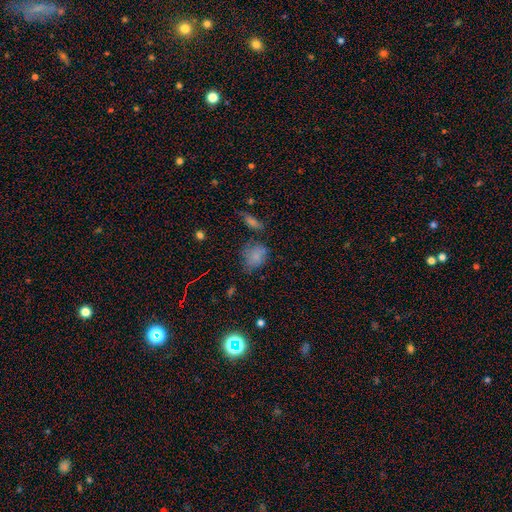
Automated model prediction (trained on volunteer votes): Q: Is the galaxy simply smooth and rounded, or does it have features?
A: smooth — 76%.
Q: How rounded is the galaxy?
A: round — 57%.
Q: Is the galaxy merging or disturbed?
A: none — 58%.